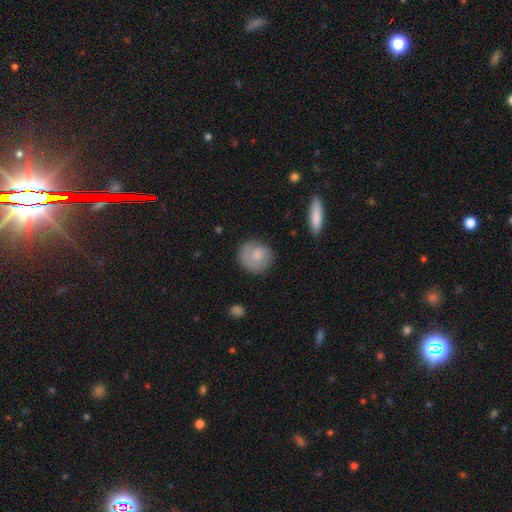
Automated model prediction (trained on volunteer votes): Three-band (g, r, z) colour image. It shows a smooth galaxy with no disk features (73%) that is round (87%). Merging: none (74%).